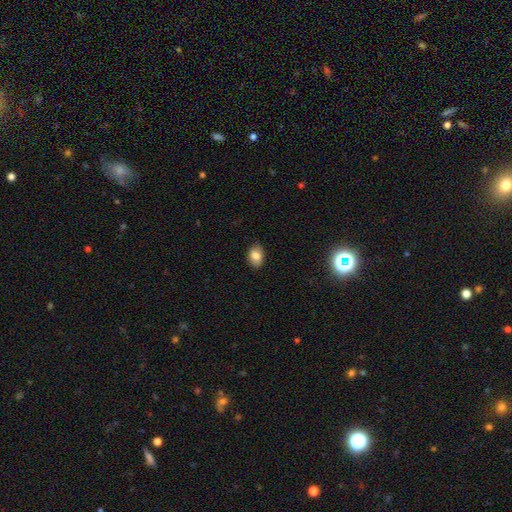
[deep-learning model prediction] Smooth or featured? Predicted: smooth (p=0.82). How rounded? Predicted: in between (p=0.80). Merging? Predicted: none (p=0.85).